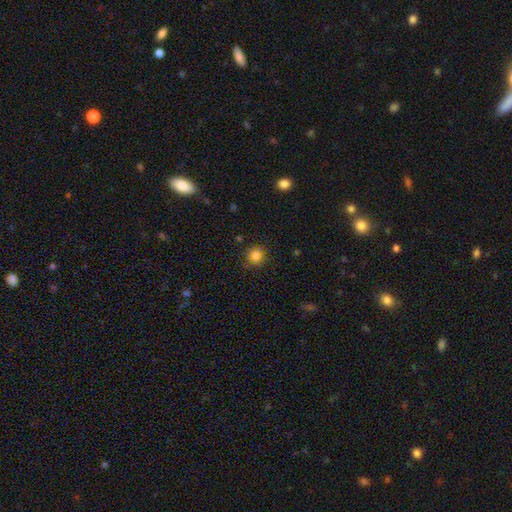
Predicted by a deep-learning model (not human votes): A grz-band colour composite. It shows a smooth galaxy with no disk features (82%) that is round (91%). Merging: none (88%).